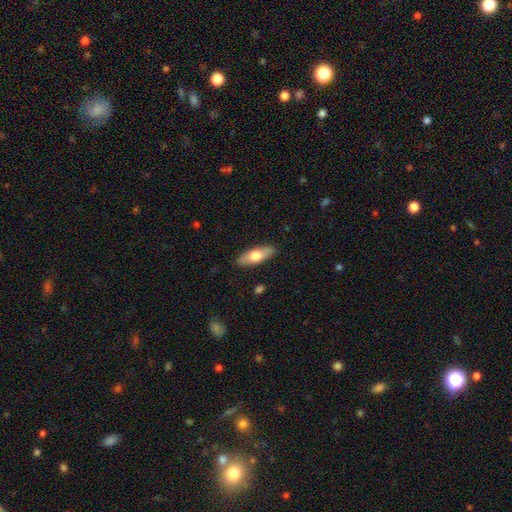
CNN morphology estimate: Smooth or featured? Predicted: smooth (p=0.66). How rounded? Predicted: in between (p=0.69). Merging? Predicted: none (p=0.88).